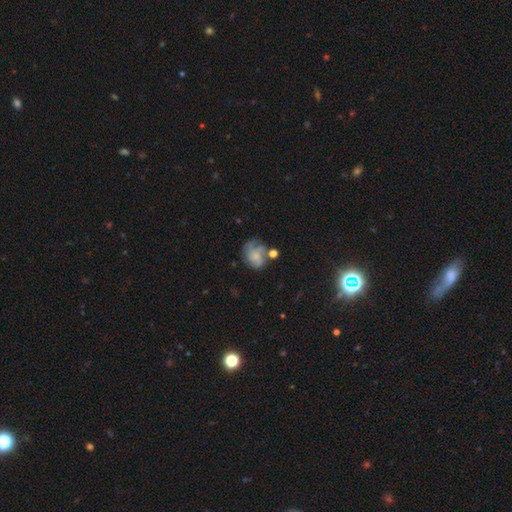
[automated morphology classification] Smooth or featured? featured or disk (54%)
Edge-on disk? no (98%)
Bar? no (77%)
Spiral arms? yes (78%)
Bulge size? small (42%)
Merging? none (46%)